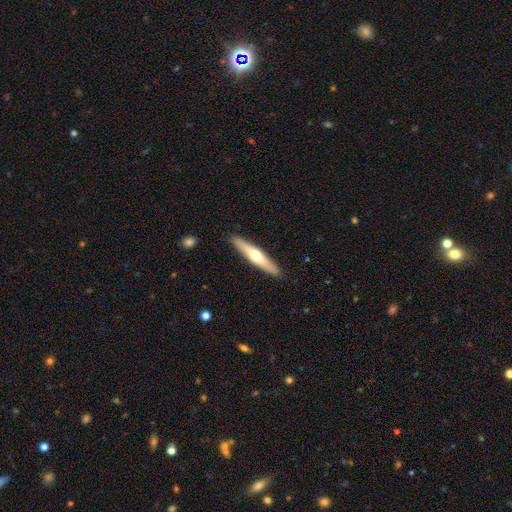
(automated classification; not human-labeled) smooth-or-featured: featured or disk: 50% | smooth: 46% | star or artifact: 5%
  merging: none: 91% | minor disturbance: 7% | major disturbance: 1% | merger: 1%